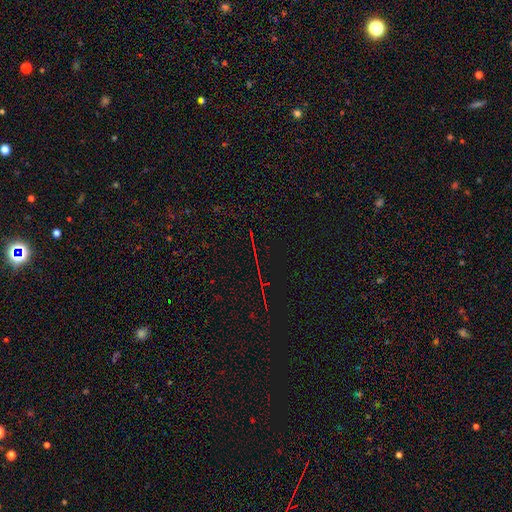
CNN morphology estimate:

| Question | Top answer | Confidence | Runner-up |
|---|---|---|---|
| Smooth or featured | star or artifact | 79% | featured or disk (11%) |